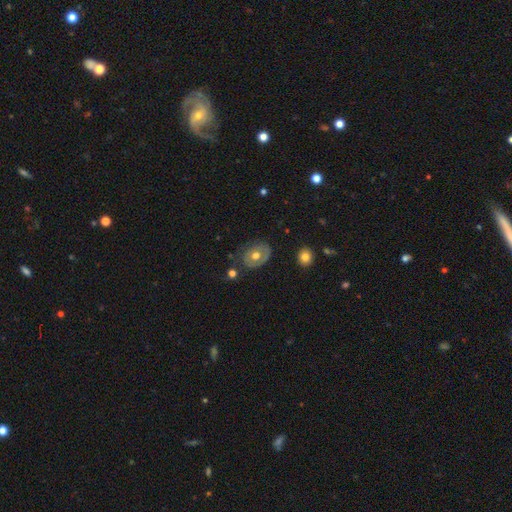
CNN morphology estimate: The model was most divided on "smooth or featured": featured or disk: 47%, smooth: 46%, star or artifact: 7%. More confident: merging — none (71%).